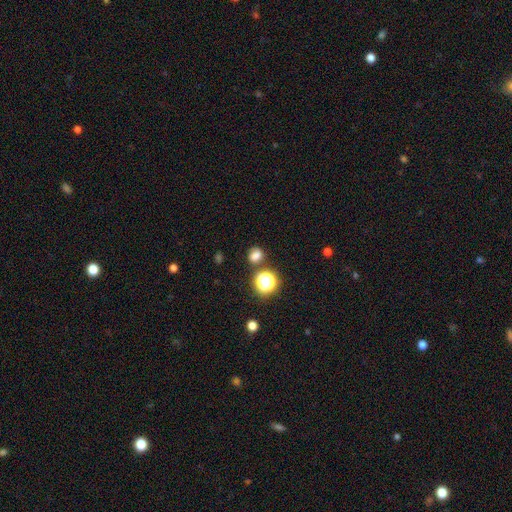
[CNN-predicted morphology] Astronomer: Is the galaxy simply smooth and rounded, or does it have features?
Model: smooth — 72%.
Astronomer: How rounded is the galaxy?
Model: round — 66%.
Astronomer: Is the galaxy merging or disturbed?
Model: none — 75%.